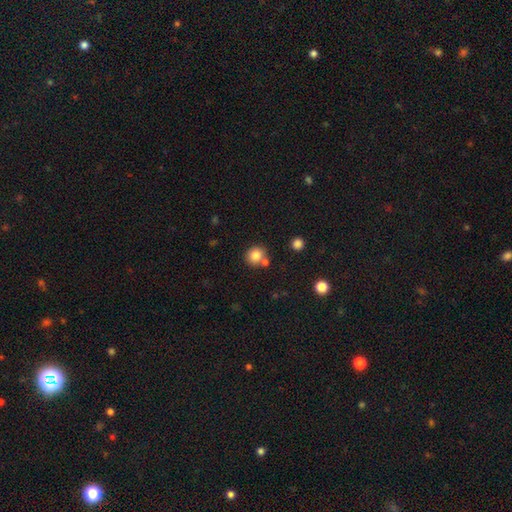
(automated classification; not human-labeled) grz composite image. It shows a smooth galaxy with no disk features (81%) that is round (87%). Merging: none (69%).